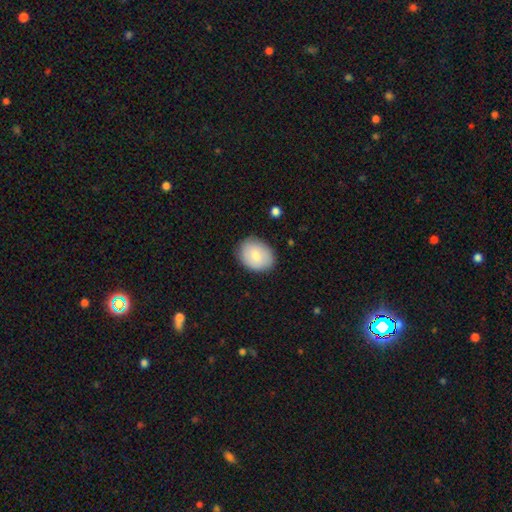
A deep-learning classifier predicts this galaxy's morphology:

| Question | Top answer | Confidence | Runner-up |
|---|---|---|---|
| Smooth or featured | smooth | 77% | featured or disk (17%) |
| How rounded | in between | 58% | round (41%) |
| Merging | none | 82% | minor disturbance (14%) |